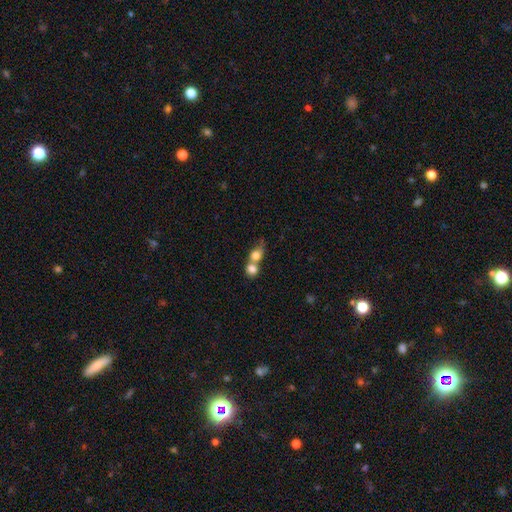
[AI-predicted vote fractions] Smooth or featured? smooth (76%)
How rounded? round (68%)
Merging? merger (71%)